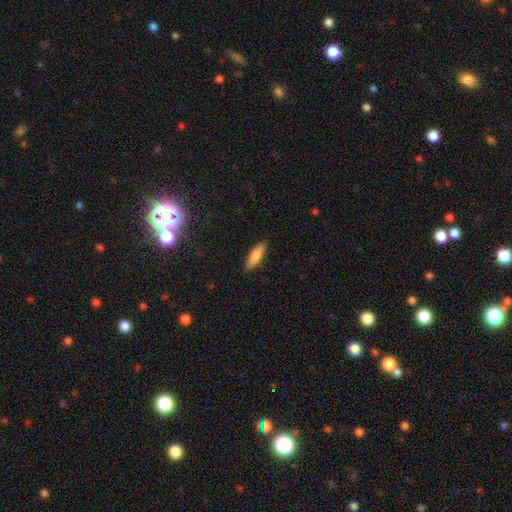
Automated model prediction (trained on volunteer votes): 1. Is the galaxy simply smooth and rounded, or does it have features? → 82% smooth, 11% featured or disk, 6% star or artifact.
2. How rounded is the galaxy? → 50% in between, 48% cigar-shaped, 2% round.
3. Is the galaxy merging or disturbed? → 88% none, 9% minor disturbance, 2% major disturbance, 1% merger.